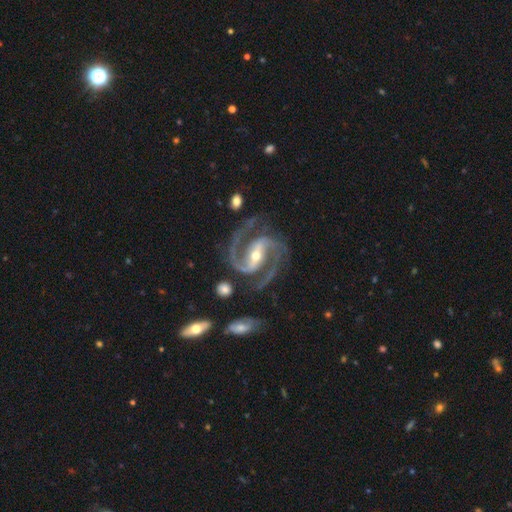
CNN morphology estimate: smooth_or_featured: featured or disk (p=0.94) [alt: star or artifact p=0.04]
disk_edge_on: no (p=0.98) [alt: yes p=0.02]
bar: strong (p=0.66) [alt: weak p=0.25]
has_spiral_arms: yes (p=0.99) [alt: no p=0.01]
spiral_winding: medium (p=0.66) [alt: tight p=0.24]
spiral_arm_count: 2 (p=0.89) [alt: 3 p=0.06]
bulge_size: moderate (p=0.52) [alt: small p=0.45]
merging: none (p=0.76) [alt: minor disturbance p=0.14]